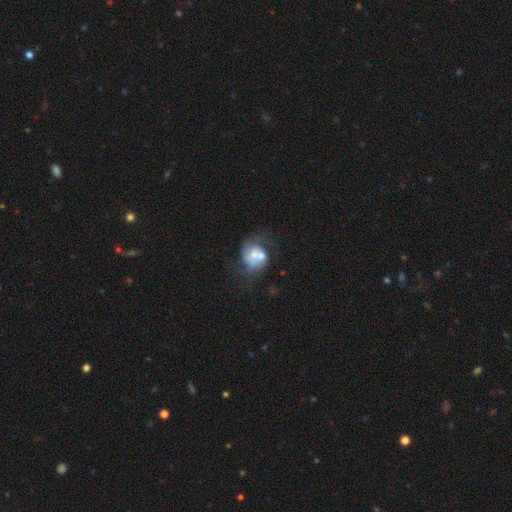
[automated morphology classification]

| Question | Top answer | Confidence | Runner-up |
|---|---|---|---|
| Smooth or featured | featured or disk | 49% | smooth (42%) |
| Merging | merger | 44% | none (25%) |